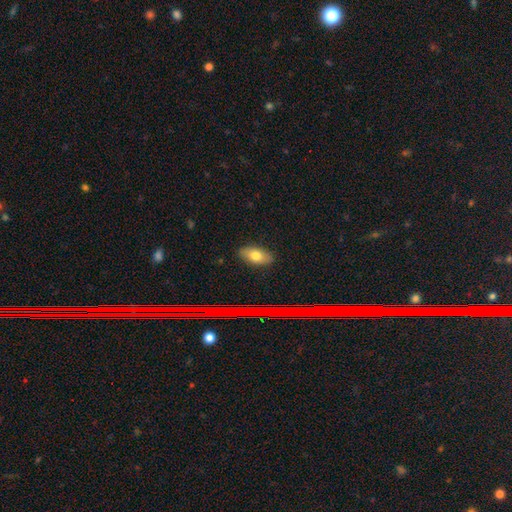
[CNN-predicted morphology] smooth 76%, featured or disk 15%, star or artifact 10%. Down the decision tree: how rounded — in between (90%); merging — none (86%).